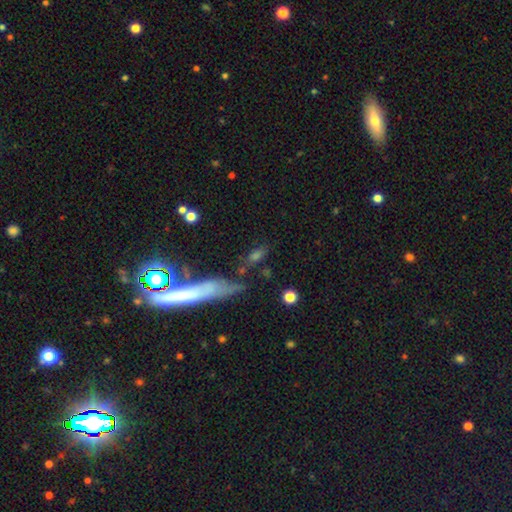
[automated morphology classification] smooth_or_featured: smooth (p=0.59) [alt: featured or disk p=0.25]
how_rounded: cigar-shaped (p=0.46) [alt: in between p=0.44]
merging: none (p=0.60) [alt: minor disturbance p=0.19]